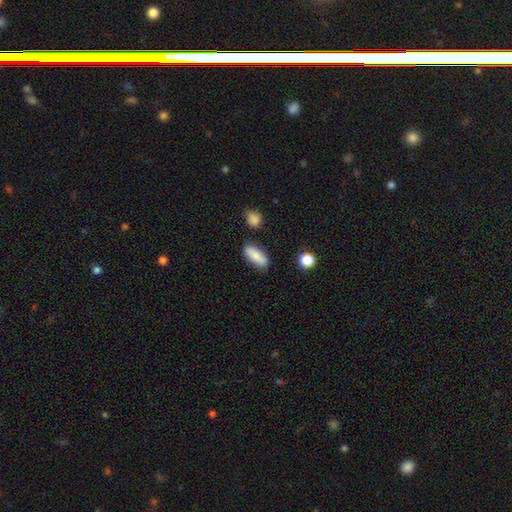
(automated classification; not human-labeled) The model was most divided on "how rounded": in between: 73%, cigar-shaped: 24%, round: 3%. More confident: smooth or featured — smooth (84%); merging — none (82%).